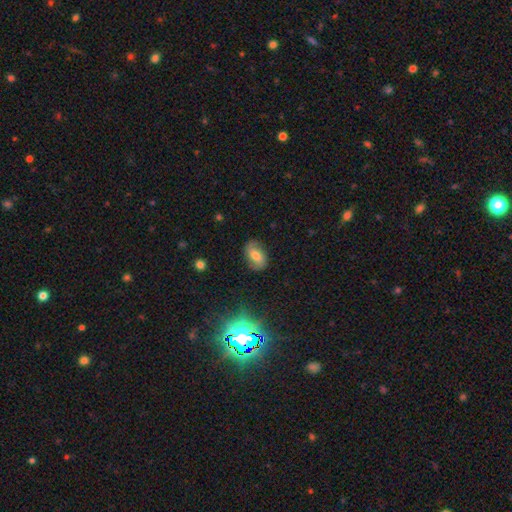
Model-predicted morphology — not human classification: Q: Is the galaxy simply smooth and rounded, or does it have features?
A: smooth — 53%.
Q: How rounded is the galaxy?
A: in between — 86%.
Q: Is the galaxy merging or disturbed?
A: none — 78%.